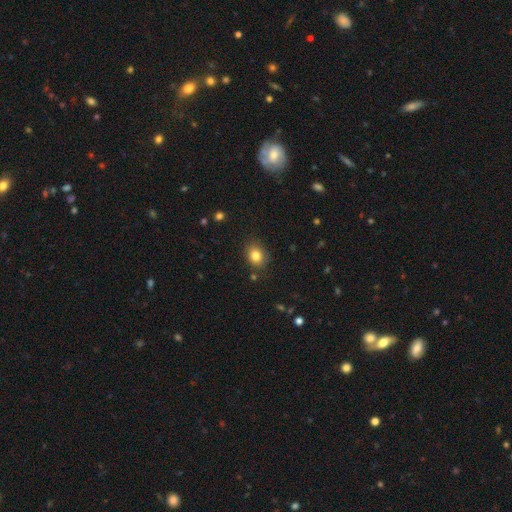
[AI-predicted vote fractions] The model was most divided on "how rounded": round: 56%, in between: 43%, cigar-shaped: 1%. More confident: merging — none (83%); smooth or featured — smooth (82%).